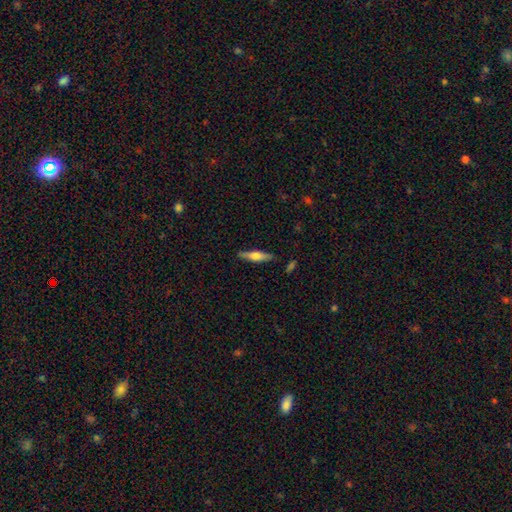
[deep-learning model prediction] Smooth or featured? smooth (53%)
How rounded? cigar-shaped (73%)
Merging? none (85%)